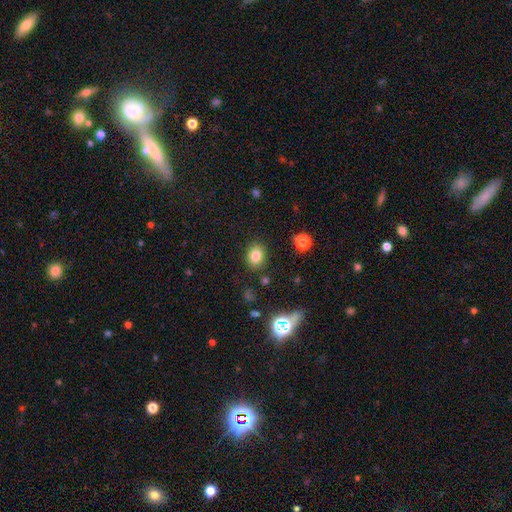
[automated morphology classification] A smooth galaxy with no disk features (81%) that is in between round and cigar-shaped (56%). Merging: none (85%).